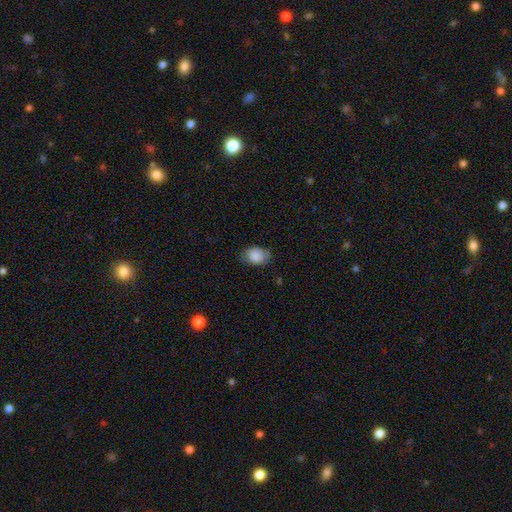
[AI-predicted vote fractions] Smooth or featured? Predicted: smooth (p=0.86). How rounded? Predicted: in between (p=0.66). Merging? Predicted: none (p=0.69).